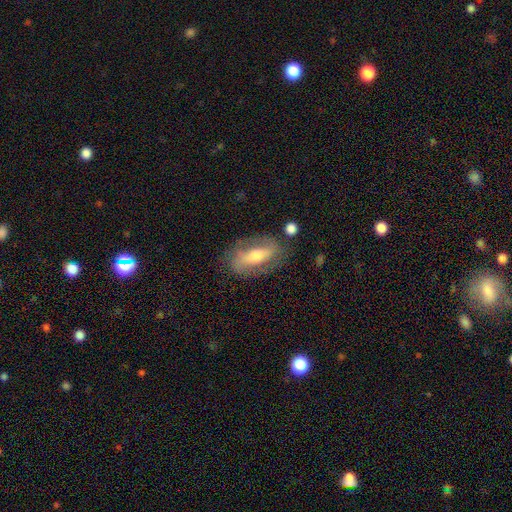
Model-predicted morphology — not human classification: Q: Smooth or featured?
A: featured or disk (59%); runner-up: smooth (33%)
Q: Edge-on disk?
A: no (81%); runner-up: yes (19%)
Q: Merging?
A: none (76%); runner-up: minor disturbance (15%)